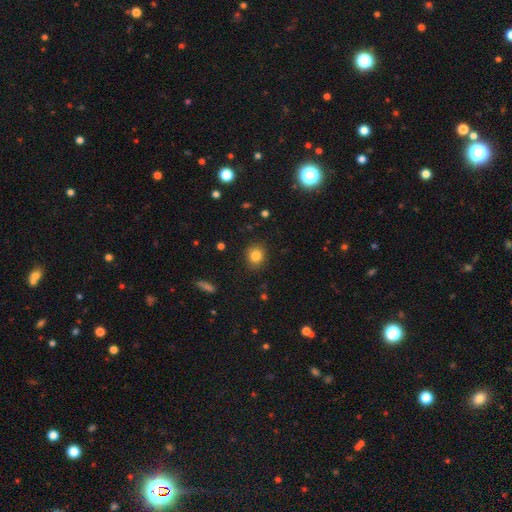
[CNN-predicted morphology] This is clearly a smooth galaxy (83%). How rounded: likely round (79%). Merging: clearly none (89%).